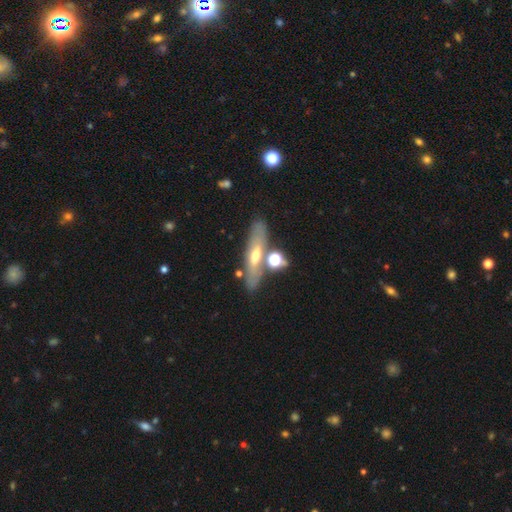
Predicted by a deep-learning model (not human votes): Smooth or featured? featured or disk (50%)
Edge-on disk? yes (63%)
Merging? none (73%)